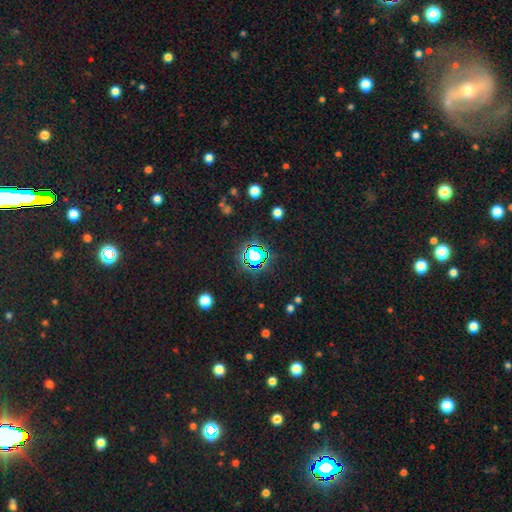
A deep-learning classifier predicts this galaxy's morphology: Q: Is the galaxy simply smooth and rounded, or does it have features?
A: star or artifact — 71%.